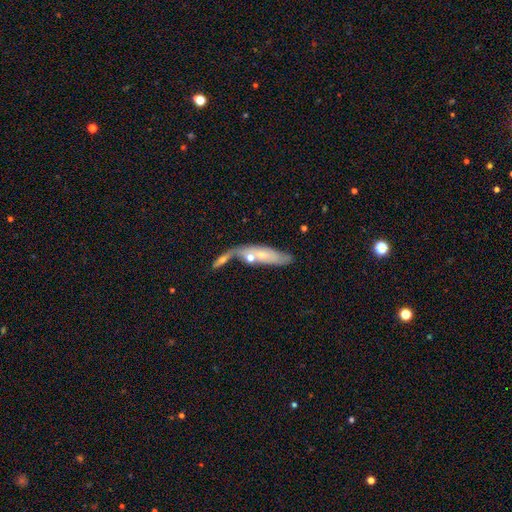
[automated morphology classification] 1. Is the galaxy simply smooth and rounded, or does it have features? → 48% featured or disk, 45% smooth, 7% star or artifact.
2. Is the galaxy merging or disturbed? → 45% merger, 33% none, 13% minor disturbance, 9% major disturbance.